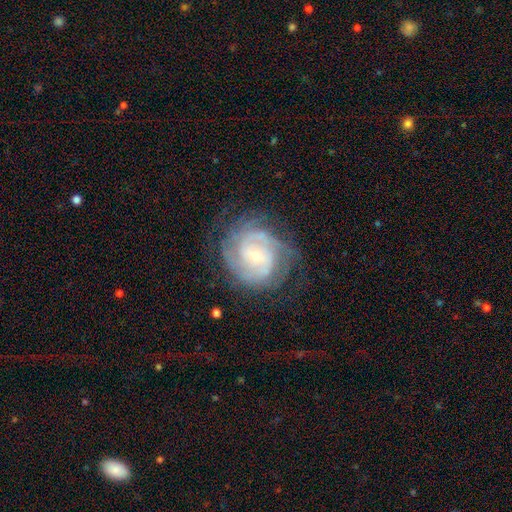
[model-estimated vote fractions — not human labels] smooth-or-featured: featured or disk: 85% | smooth: 9% | star or artifact: 6%
  disk-edge-on: no: 97% | yes: 3%
    bar: no: 53% | weak: 37% | strong: 10%
    has-spiral-arms: yes: 95% | no: 5%
      spiral-winding: tight: 65% | medium: 28% | loose: 7%
      spiral-arm-count: can't tell: 32% | 2: 30% | 3: 18% | 4: 10% | more than 4: 5% | 1: 5%
    bulge-size: small: 67% | moderate: 29% | large: 2% | none: 1% | dominant: 1%
  merging: none: 71% | minor disturbance: 18% | major disturbance: 10% | merger: 1%